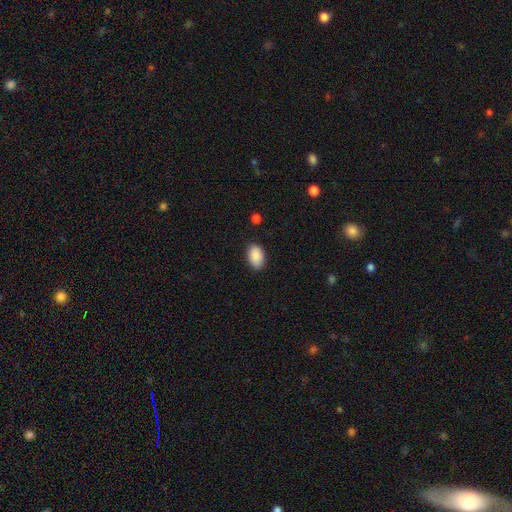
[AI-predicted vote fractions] smooth 90%, star or artifact 7%, featured or disk 3%. Down the decision tree: how rounded — in between (91%); merging — none (85%).